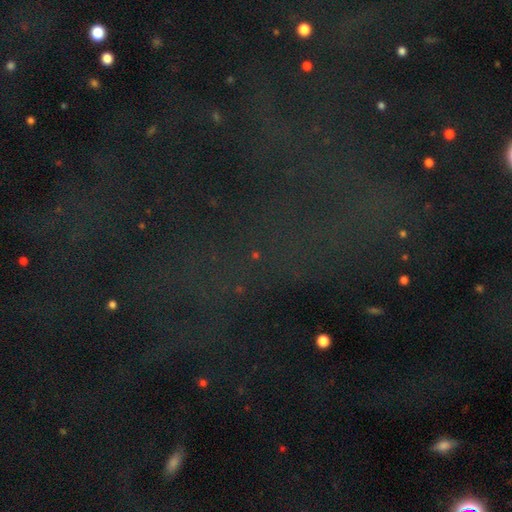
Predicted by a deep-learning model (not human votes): smooth_or_featured: star or artifact (p=0.71) [alt: smooth p=0.16]